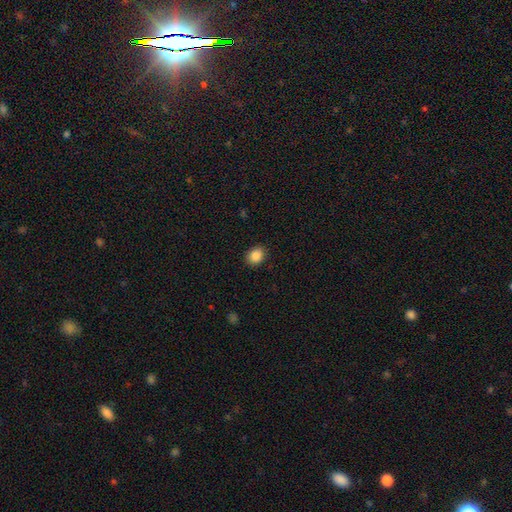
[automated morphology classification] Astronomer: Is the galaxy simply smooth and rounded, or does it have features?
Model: smooth — 88%.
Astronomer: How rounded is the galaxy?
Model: round — 53% (runner-up: in between, 46%).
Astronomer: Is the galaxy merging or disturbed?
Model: none — 89%.